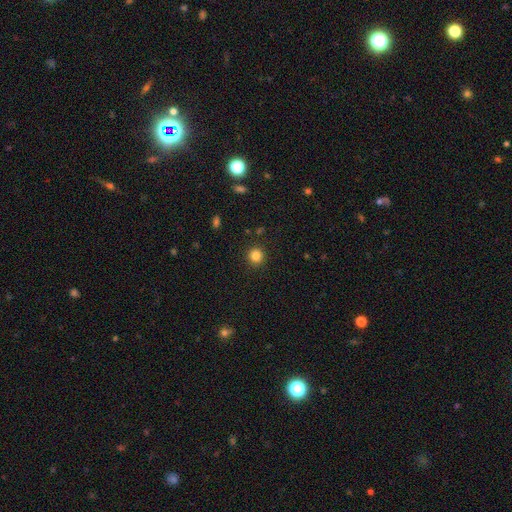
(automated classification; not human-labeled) Q: Smooth or featured?
A: smooth (83%); runner-up: star or artifact (12%)
Q: How rounded?
A: round (94%); runner-up: in between (5%)
Q: Merging?
A: none (91%); runner-up: minor disturbance (5%)